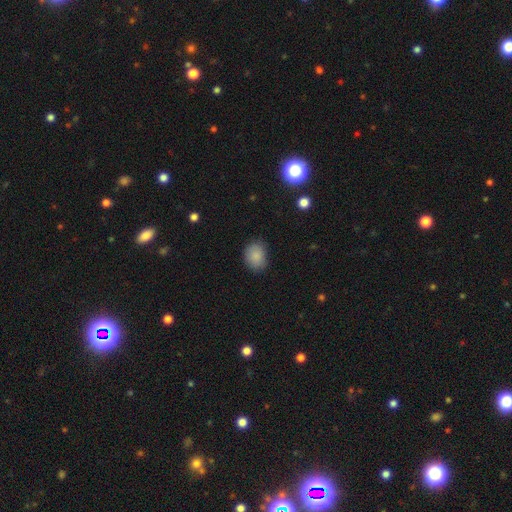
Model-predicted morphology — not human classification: This is clearly a smooth galaxy (86%). How rounded: possibly in between (56%). Merging: likely none (80%).